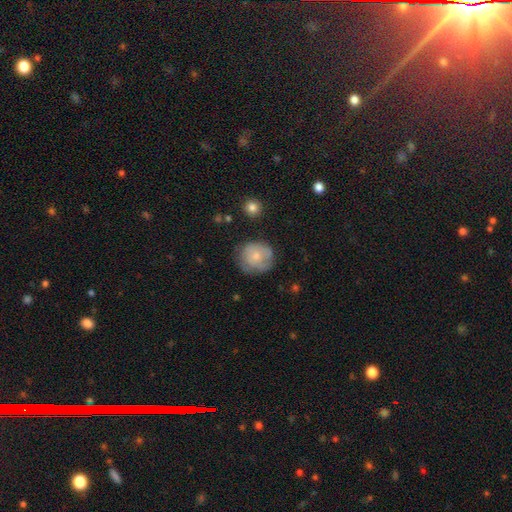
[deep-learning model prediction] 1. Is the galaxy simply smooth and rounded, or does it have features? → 58% smooth, 34% featured or disk, 7% star or artifact.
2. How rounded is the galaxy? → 85% round, 14% in between, 1% cigar-shaped.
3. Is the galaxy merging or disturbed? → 64% none, 24% minor disturbance, 10% major disturbance, 2% merger.